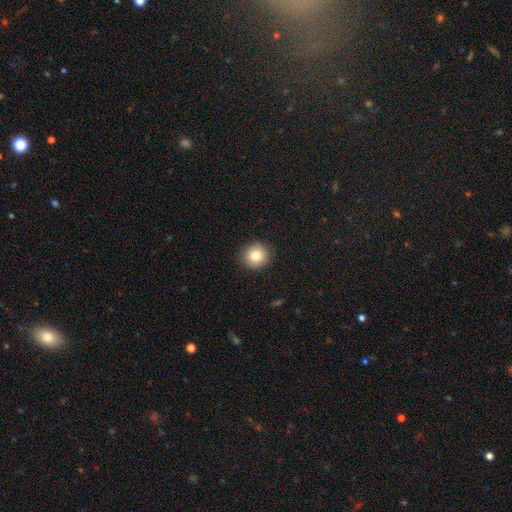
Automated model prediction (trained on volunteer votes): Smooth or featured? smooth (84%)
How rounded? round (88%)
Merging? none (90%)